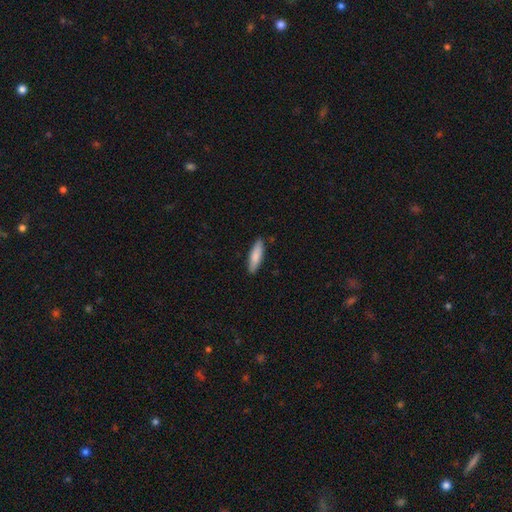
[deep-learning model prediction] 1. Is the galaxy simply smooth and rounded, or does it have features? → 83% smooth, 12% featured or disk, 5% star or artifact.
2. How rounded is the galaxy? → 63% cigar-shaped, 35% in between, 1% round.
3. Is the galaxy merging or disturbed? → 88% none, 9% minor disturbance, 2% major disturbance, 1% merger.